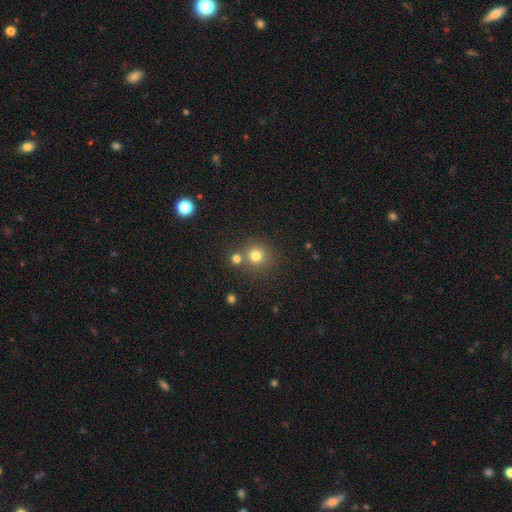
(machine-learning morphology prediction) smooth 78%, star or artifact 15%, featured or disk 8%. Down the decision tree: how rounded — round (91%); merging — none (68%).